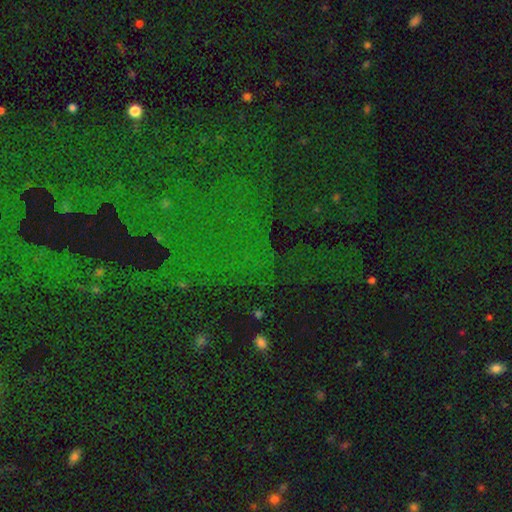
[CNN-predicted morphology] Q: Smooth or featured?
A: star or artifact (79%); runner-up: smooth (11%)